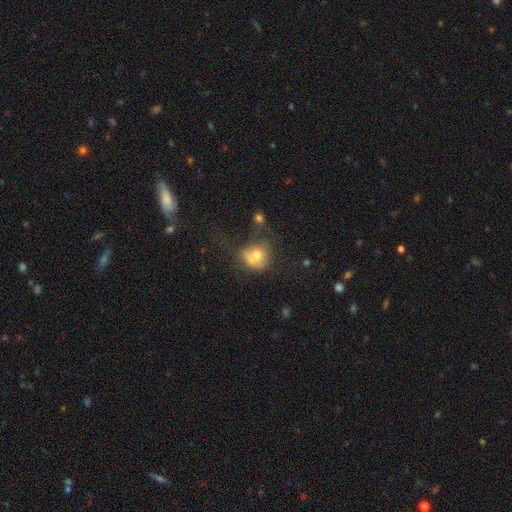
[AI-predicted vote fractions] smooth-or-featured: smooth: 61% | featured or disk: 24% | star or artifact: 14%
  how-rounded: round: 69% | in between: 29% | cigar-shaped: 1%
  merging: merger: 36% | none: 33% | minor disturbance: 17% | major disturbance: 14%